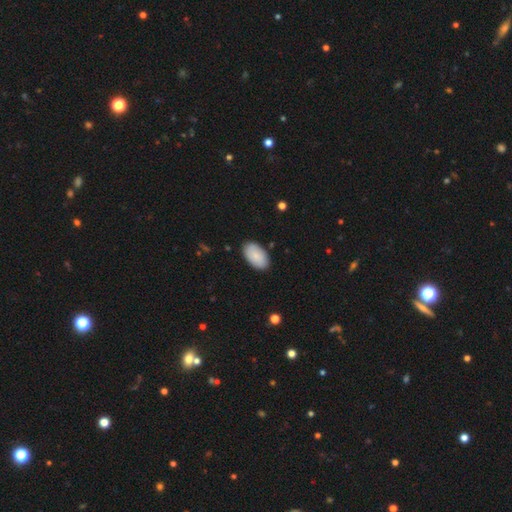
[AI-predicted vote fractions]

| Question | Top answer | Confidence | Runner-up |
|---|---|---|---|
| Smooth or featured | smooth | 87% | featured or disk (8%) |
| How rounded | in between | 95% | round (3%) |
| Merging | none | 88% | minor disturbance (9%) |